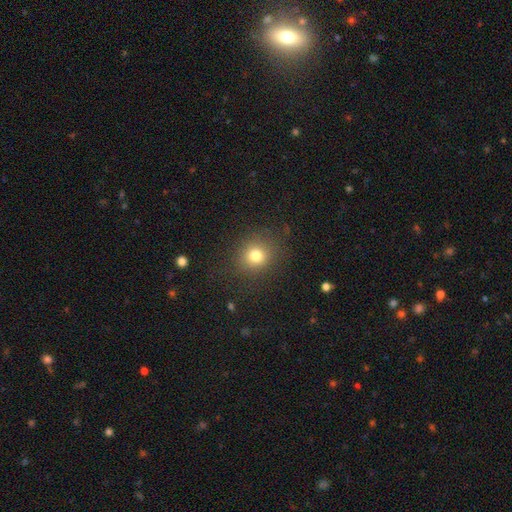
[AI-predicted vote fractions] A smooth galaxy with no disk features (77%) that is round (83%).

Vote fractions:
- Smooth or featured? smooth: 77% / star or artifact: 14% / featured or disk: 8%
- How rounded? round: 83% / in between: 16% / cigar-shaped: 1%
- Merging? none: 84% / minor disturbance: 10% / major disturbance: 5% / merger: 1%